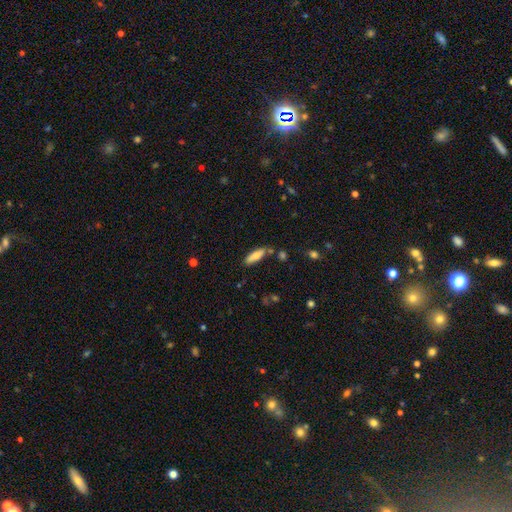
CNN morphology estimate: The model was most divided on "how rounded": cigar-shaped: 55%, in between: 43%, round: 2%. More confident: merging — none (76%); smooth or featured — smooth (72%).